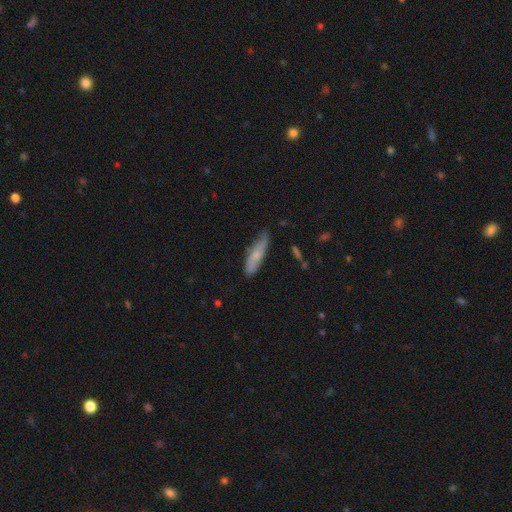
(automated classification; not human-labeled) Q: Smooth or featured?
A: smooth (59%); runner-up: featured or disk (35%)
Q: How rounded?
A: cigar-shaped (68%); runner-up: in between (30%)
Q: Merging?
A: none (66%); runner-up: minor disturbance (27%)